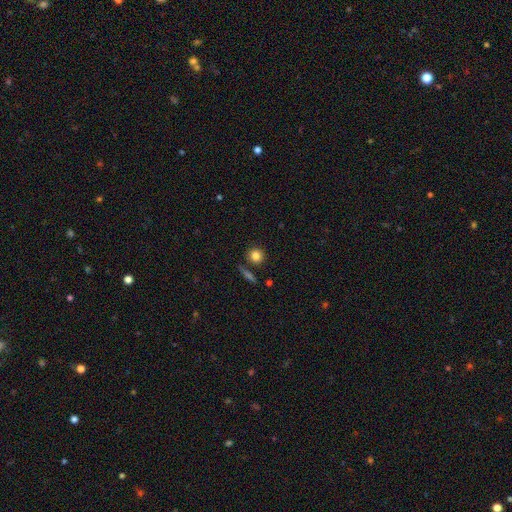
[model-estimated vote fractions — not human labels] Smooth or featured: smooth — 82% (star or artifact — 10%)
How rounded: round — 88% (in between — 10%)
Merging: none — 82% (minor disturbance — 9%)